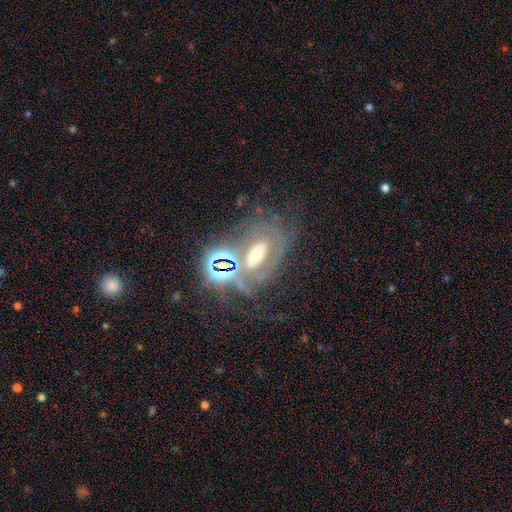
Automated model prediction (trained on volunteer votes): Smooth or featured? Predicted: featured or disk (p=0.59). Edge-on disk? Predicted: no (p=0.92). Bar? Predicted: no (p=0.43). Spiral arms? Predicted: yes (p=0.63). Bulge size? Predicted: moderate (p=0.55). Merging? Predicted: none (p=0.44).